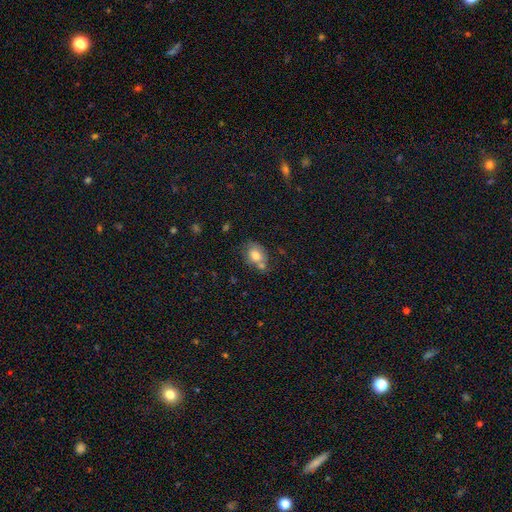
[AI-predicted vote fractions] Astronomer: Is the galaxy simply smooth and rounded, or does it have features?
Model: smooth — 75%.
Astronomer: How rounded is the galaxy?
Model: in between — 61% (runner-up: round, 38%).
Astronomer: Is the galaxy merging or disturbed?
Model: none — 43% (runner-up: merger, 30%).